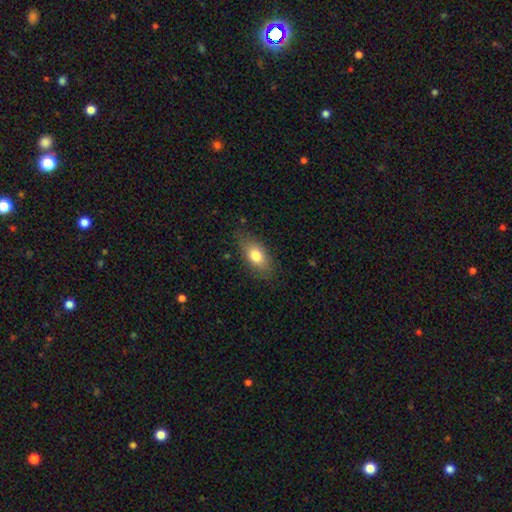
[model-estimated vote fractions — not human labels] Overall: smooth (76%). How rounded: in between (84%). Merging: none (76%).